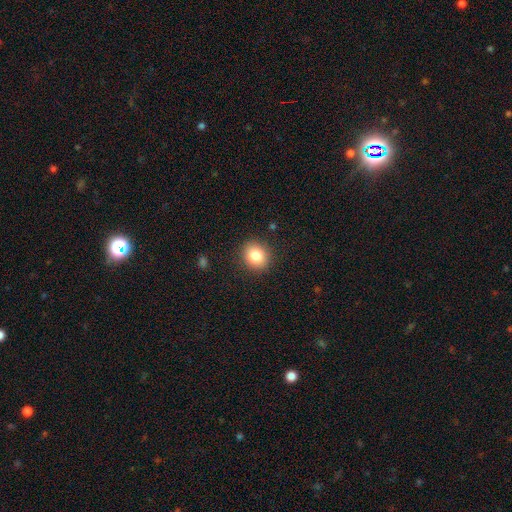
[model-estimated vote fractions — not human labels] A smooth galaxy with no disk features (84%) that is round (80%). Merging: none (89%).